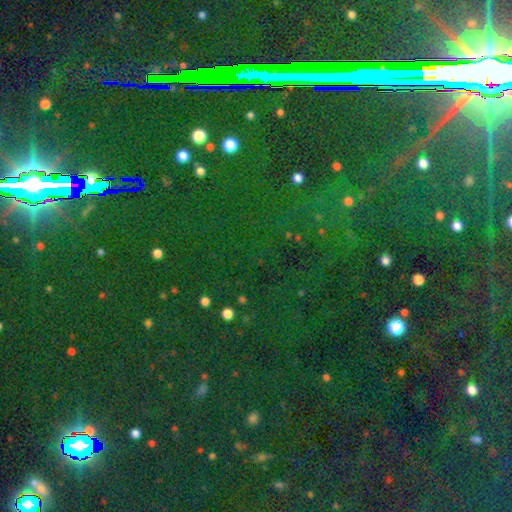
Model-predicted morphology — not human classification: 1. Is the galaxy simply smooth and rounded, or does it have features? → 83% star or artifact, 10% smooth, 7% featured or disk.